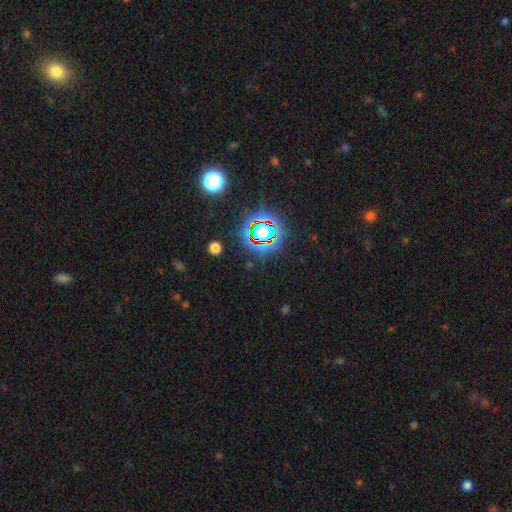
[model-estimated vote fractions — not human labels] This is likely a star or artifact rather than a galaxy (78%).